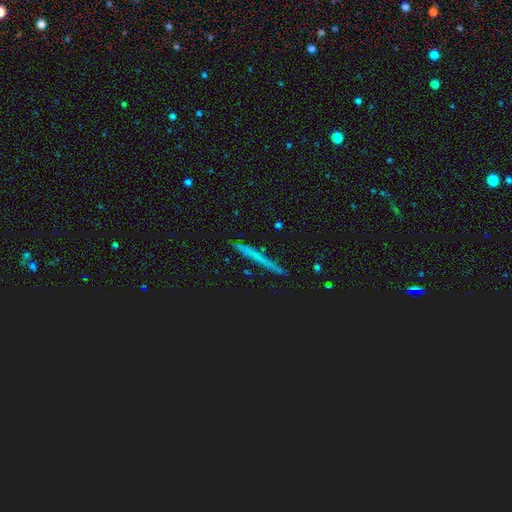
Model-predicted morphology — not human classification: This appears to be a smooth galaxy with no disk features (43%). Merging: none (87%).